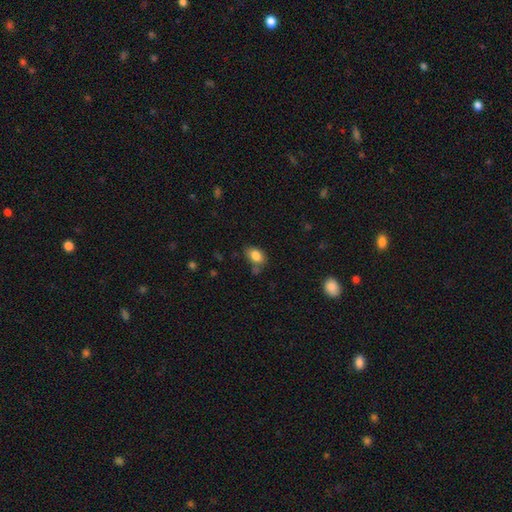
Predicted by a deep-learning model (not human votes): Smooth or featured?
  - smooth: 84% *
  - star or artifact: 9%
  - featured or disk: 8%
How rounded?
  - in between: 82% *
  - round: 17%
  - cigar-shaped: 1%
Merging?
  - none: 60% *
  - minor disturbance: 23%
  - merger: 11%
  - major disturbance: 6%